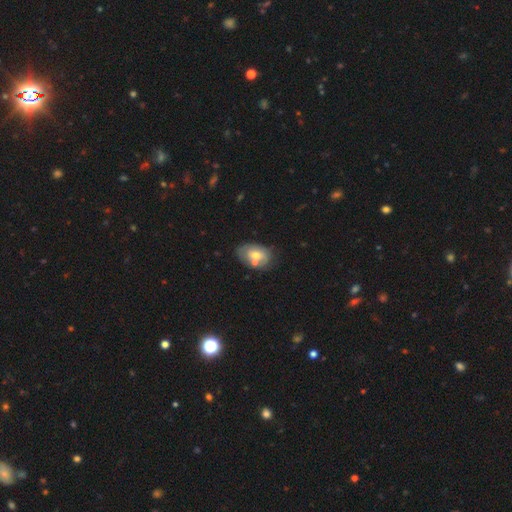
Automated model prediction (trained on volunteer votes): Q: Smooth or featured?
A: smooth (55%); runner-up: featured or disk (37%)
Q: How rounded?
A: in between (87%); runner-up: round (11%)
Q: Merging?
A: none (53%); runner-up: minor disturbance (23%)